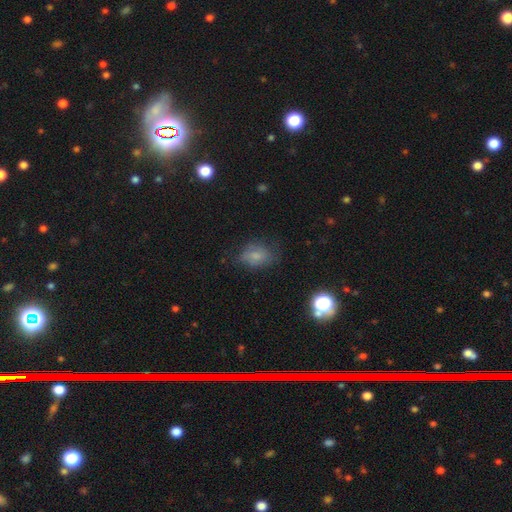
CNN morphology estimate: smooth-or-featured: smooth: 72% | featured or disk: 14% | star or artifact: 14%
  how-rounded: in between: 70% | round: 29% | cigar-shaped: 2%
  merging: none: 62% | minor disturbance: 25% | major disturbance: 11% | merger: 2%